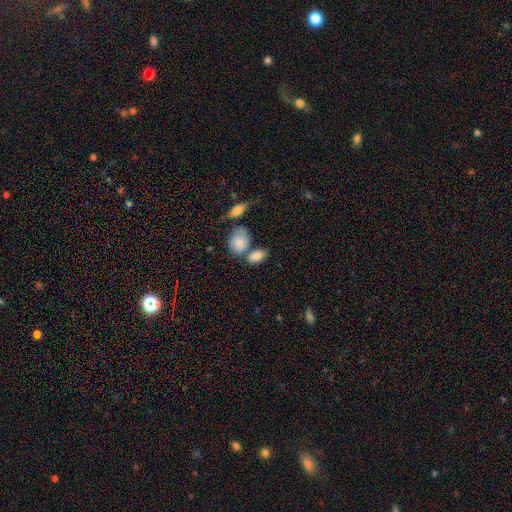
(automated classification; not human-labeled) Morphology: type=smooth (84%); roundness=in between (86%); merging=none (45%).